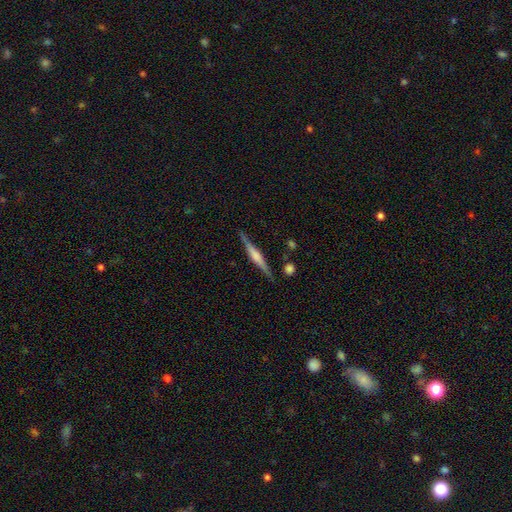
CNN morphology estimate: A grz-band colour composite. It shows a featured or disk galaxy (68%) viewed edge-on (98%) with a rounded central bulge (52%). Merging: none (86%).